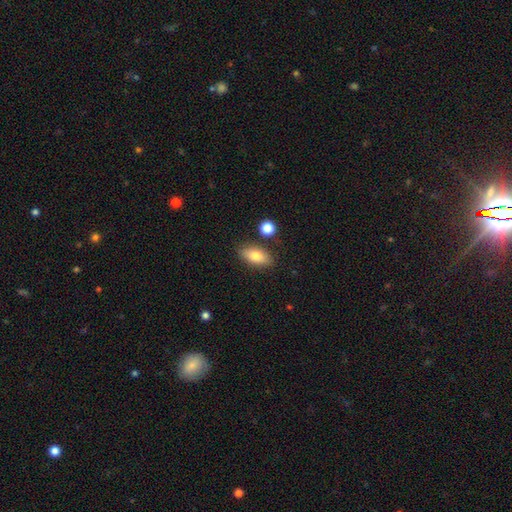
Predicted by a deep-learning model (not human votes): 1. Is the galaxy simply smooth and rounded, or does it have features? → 80% smooth, 13% featured or disk, 7% star or artifact.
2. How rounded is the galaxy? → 87% in between, 8% cigar-shaped, 5% round.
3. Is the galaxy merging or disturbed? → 81% none, 12% minor disturbance, 5% merger, 3% major disturbance.